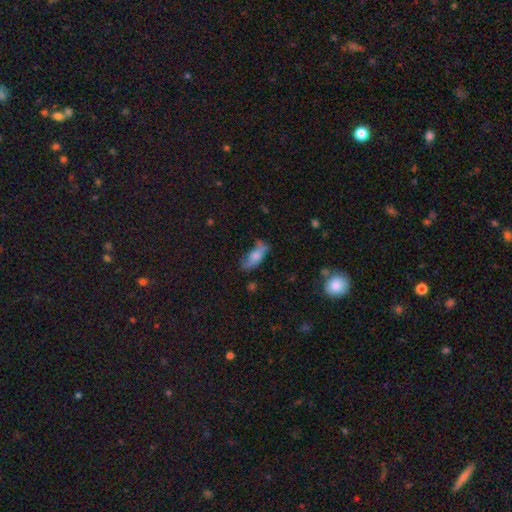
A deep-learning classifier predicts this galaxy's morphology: Smooth or featured?
  - smooth: 65% *
  - featured or disk: 26%
  - star or artifact: 9%
How rounded?
  - in between: 69% *
  - cigar-shaped: 28%
  - round: 3%
Merging?
  - none: 44% *
  - minor disturbance: 33%
  - major disturbance: 18%
  - merger: 5%